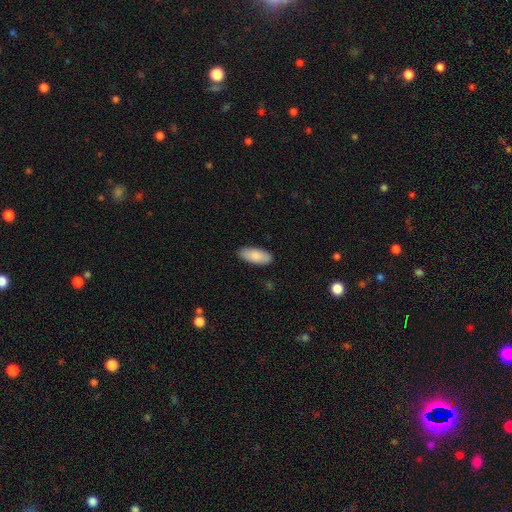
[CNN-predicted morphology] Overall: smooth (88%). How rounded: in between (86%). Merging: none (88%).